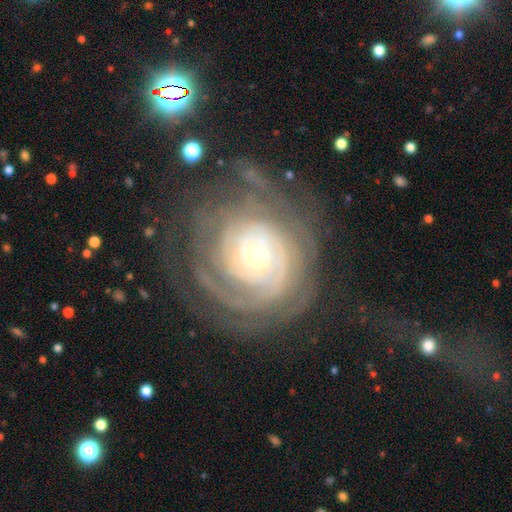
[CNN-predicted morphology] The model was most divided on "spiral arm count": can't tell: 39%, 4: 15%, 3: 13%, more than 4: 13%, 2: 13%, 1: 7%. More confident: edge-on disk — no (97%); spiral arms — yes (95%); smooth or featured — featured or disk (85%); spiral winding — tight (81%); bar — no (76%); merging — none (67%); bulge size — small (67%).